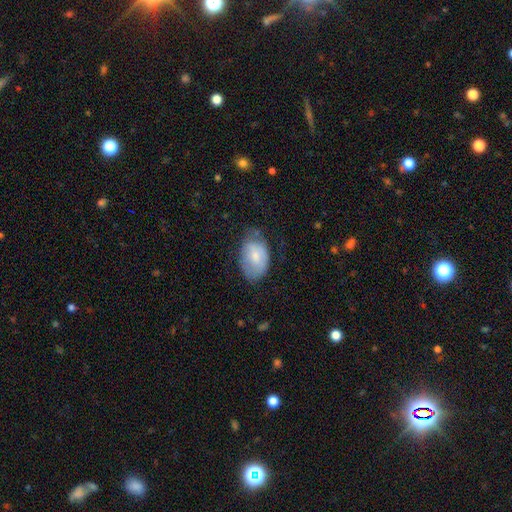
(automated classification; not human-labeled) This is likely a smooth galaxy (69%). How rounded: clearly in between (86%). Merging: possibly none (49%).